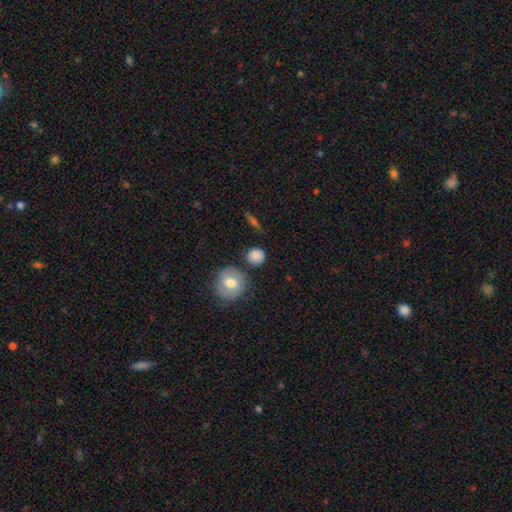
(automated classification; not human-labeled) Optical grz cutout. It shows a smooth galaxy with no disk features (84%) that is round (89%). Merging: none (80%).